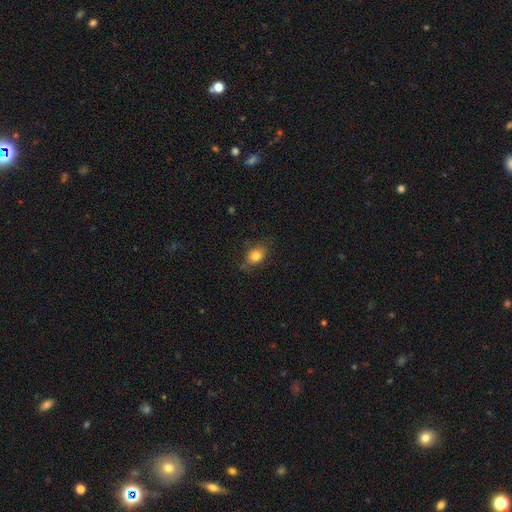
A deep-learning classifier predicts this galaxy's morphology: smooth-or-featured: smooth: 81% | star or artifact: 10% | featured or disk: 9%
  how-rounded: in between: 59% | round: 39% | cigar-shaped: 2%
  merging: none: 70% | minor disturbance: 22% | major disturbance: 6% | merger: 2%